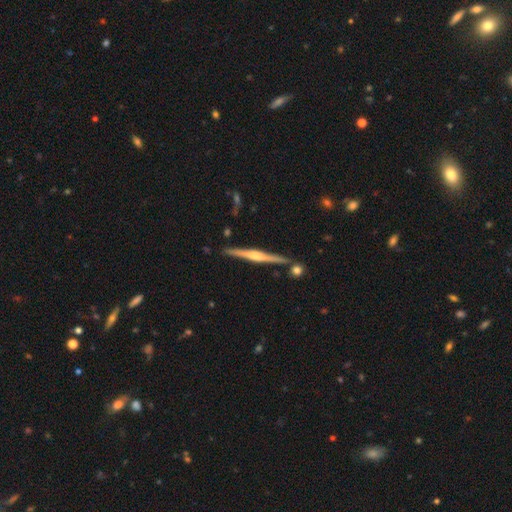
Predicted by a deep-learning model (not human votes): Smooth or featured? Predicted: featured or disk (p=0.76). Edge-on disk? Predicted: yes (p=0.98). Edge-on bulge? Predicted: rounded (p=0.77). Merging? Predicted: none (p=0.85).